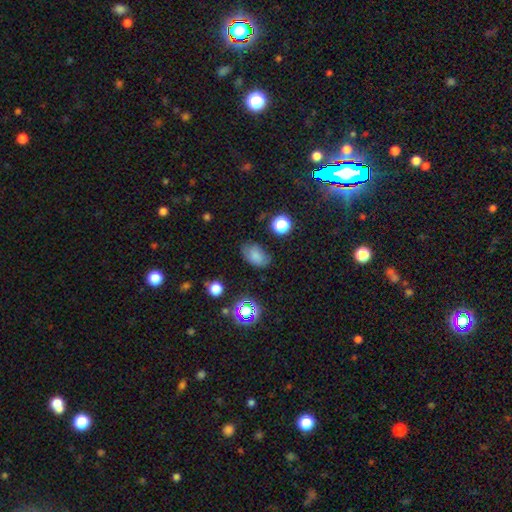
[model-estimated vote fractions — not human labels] smooth-or-featured: smooth: 75% | star or artifact: 14% | featured or disk: 11%
  how-rounded: in between: 86% | round: 12% | cigar-shaped: 1%
  merging: none: 71% | minor disturbance: 21% | major disturbance: 6% | merger: 2%